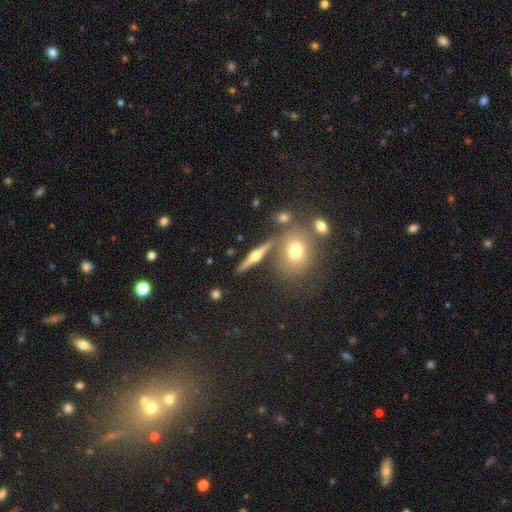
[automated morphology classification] type=featured or disk (69%); edge-on=yes (94%); edge-on bulge=rounded (94%); merging=none (81%).